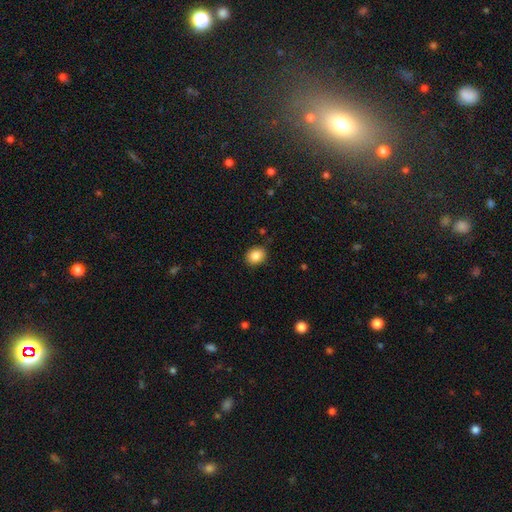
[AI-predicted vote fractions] smooth 86%, star or artifact 9%, featured or disk 5%. Down the decision tree: how rounded — round (54%); merging — none (89%).